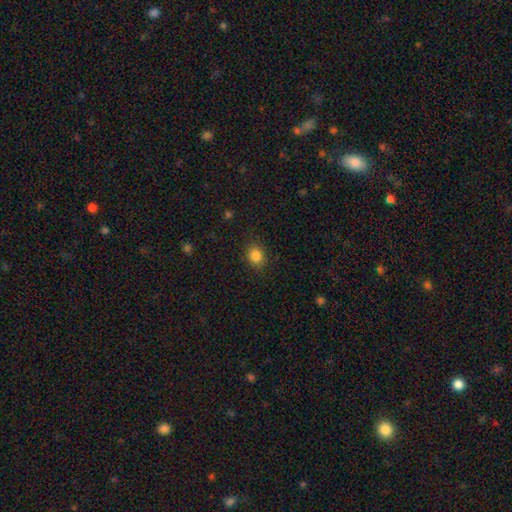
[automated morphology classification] Smooth or featured?
  - smooth: 84% *
  - star or artifact: 11%
  - featured or disk: 5%
How rounded?
  - round: 60% *
  - in between: 39%
  - cigar-shaped: 1%
Merging?
  - none: 87% *
  - minor disturbance: 10%
  - major disturbance: 3%
  - merger: 1%